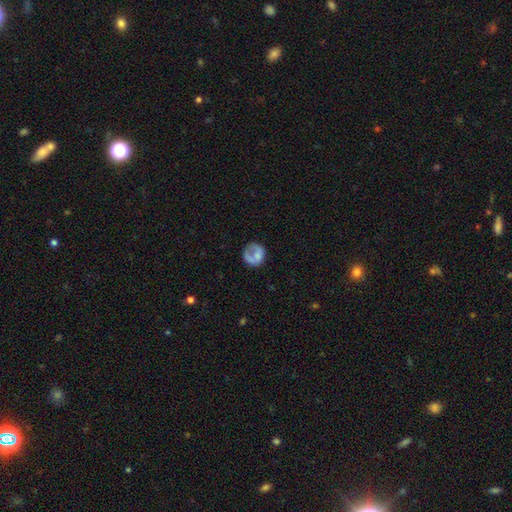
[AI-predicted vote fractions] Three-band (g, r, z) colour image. It shows a smooth galaxy with no disk features (63%) that is round (76%). Merging: none (46%).